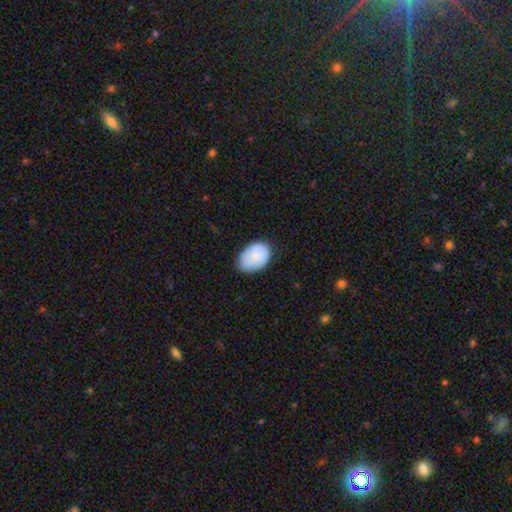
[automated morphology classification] Q: Smooth or featured?
A: smooth (81%); runner-up: featured or disk (12%)
Q: How rounded?
A: in between (83%); runner-up: round (16%)
Q: Merging?
A: none (61%); runner-up: minor disturbance (32%)